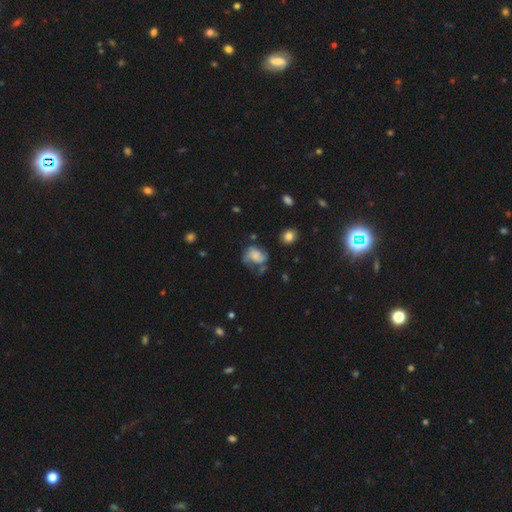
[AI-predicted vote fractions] This appears to be a featured or disk galaxy (52%) with no bar (71%), spiral arms (78%) and no central bulge (33%). Merging: none (37%).